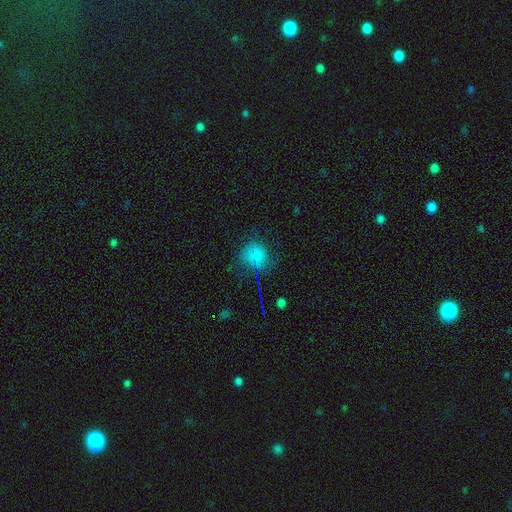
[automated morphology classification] type=smooth (66%); roundness=round (76%); merging=none (66%).